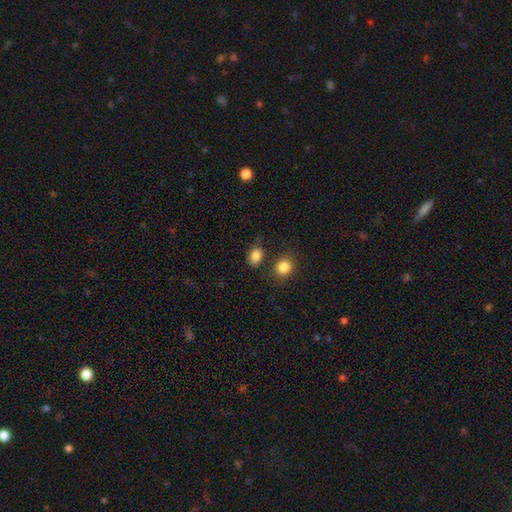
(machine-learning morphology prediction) Smooth or featured?
  - smooth: 86% *
  - star or artifact: 10%
  - featured or disk: 4%
How rounded?
  - in between: 58% *
  - round: 40%
  - cigar-shaped: 1%
Merging?
  - none: 72% *
  - minor disturbance: 14%
  - merger: 10%
  - major disturbance: 4%